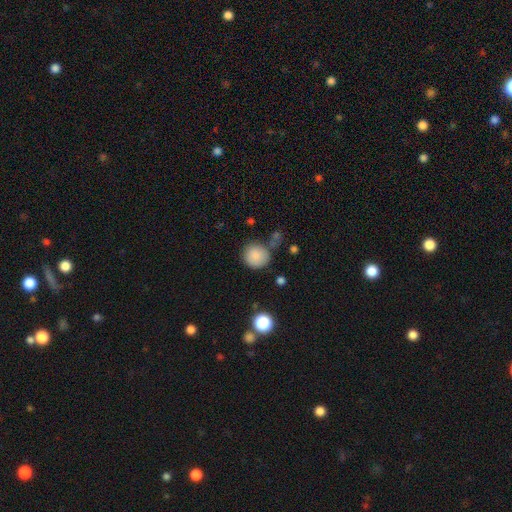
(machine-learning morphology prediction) smooth-or-featured: smooth: 86% | star or artifact: 9% | featured or disk: 5%
  how-rounded: round: 90% | in between: 9% | cigar-shaped: 1%
  merging: none: 72% | minor disturbance: 16% | merger: 6% | major disturbance: 5%